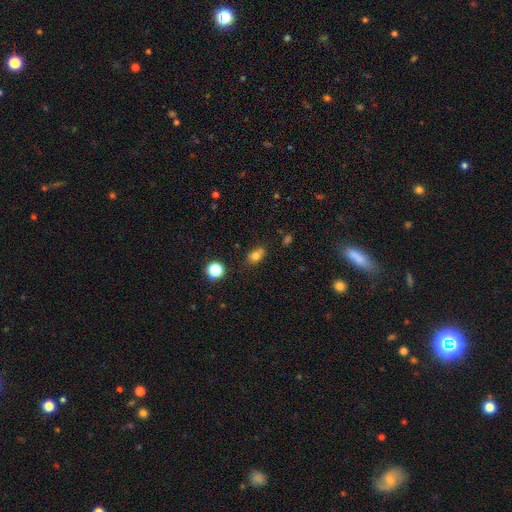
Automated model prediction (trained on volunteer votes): smooth-or-featured: smooth: 73% | star or artifact: 15% | featured or disk: 12%
  how-rounded: in between: 65% | round: 31% | cigar-shaped: 4%
  merging: none: 59% | minor disturbance: 20% | merger: 15% | major disturbance: 6%